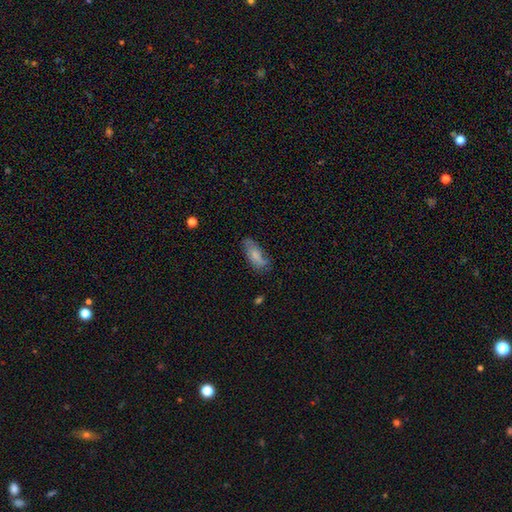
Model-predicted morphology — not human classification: smooth-or-featured: smooth: 74% | featured or disk: 19% | star or artifact: 7%
  how-rounded: in between: 80% | cigar-shaped: 18% | round: 2%
  merging: none: 60% | minor disturbance: 29% | major disturbance: 8% | merger: 3%